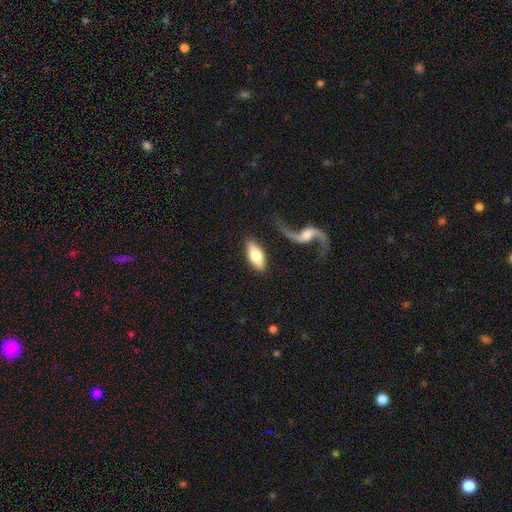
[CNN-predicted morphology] smooth-or-featured: smooth: 63% | featured or disk: 31% | star or artifact: 5%
  how-rounded: in between: 82% | cigar-shaped: 15% | round: 3%
  merging: none: 75% | minor disturbance: 13% | merger: 7% | major disturbance: 5%